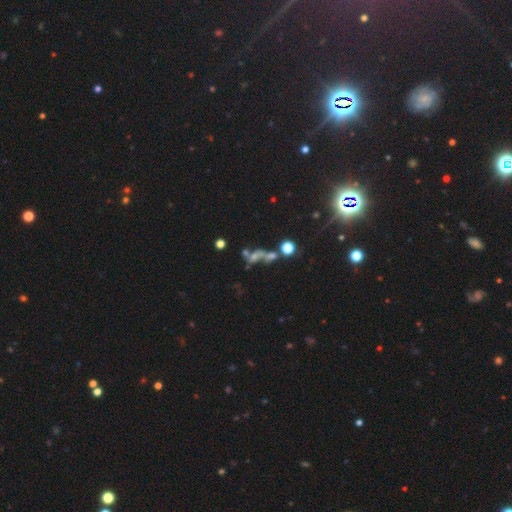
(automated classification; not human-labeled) A smooth galaxy with no disk features (37%). Merging: merger (43%).